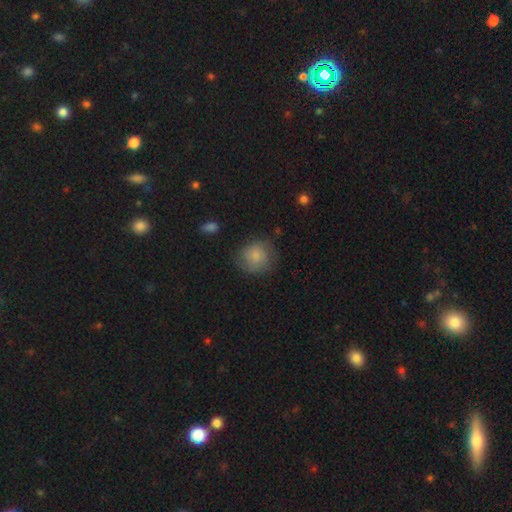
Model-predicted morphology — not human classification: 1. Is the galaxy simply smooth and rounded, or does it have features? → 79% smooth, 13% featured or disk, 8% star or artifact.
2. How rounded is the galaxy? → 86% round, 13% in between, 1% cigar-shaped.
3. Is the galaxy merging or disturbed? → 72% none, 20% minor disturbance, 7% major disturbance, 2% merger.